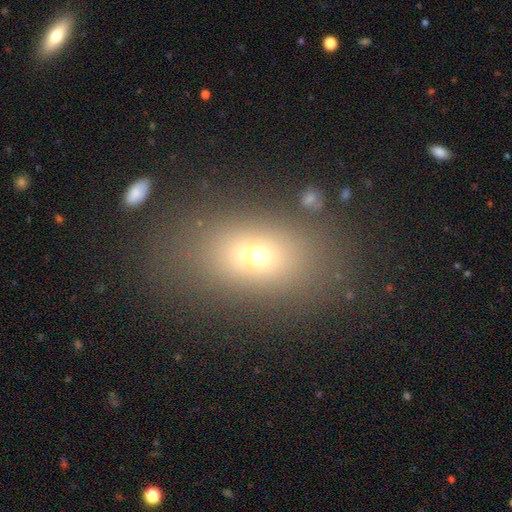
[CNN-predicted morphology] smooth-or-featured: smooth: 63% | star or artifact: 19% | featured or disk: 18%
  how-rounded: in between: 74% | round: 23% | cigar-shaped: 3%
  merging: none: 76% | minor disturbance: 11% | major disturbance: 7% | merger: 5%